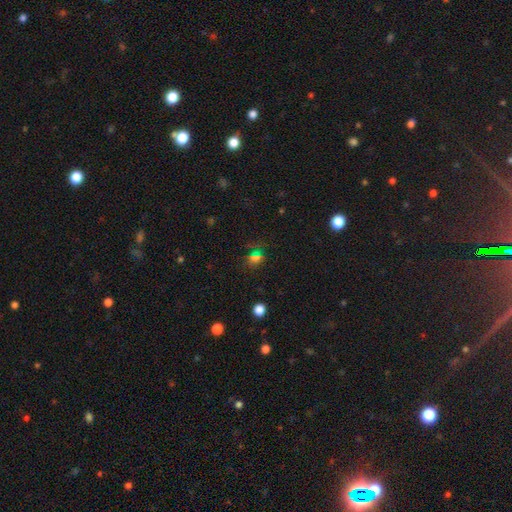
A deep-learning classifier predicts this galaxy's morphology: Smooth or featured?
  - smooth: 58% *
  - star or artifact: 34%
  - featured or disk: 8%
How rounded?
  - round: 64% *
  - in between: 33%
  - cigar-shaped: 2%
Merging?
  - none: 77% *
  - minor disturbance: 14%
  - major disturbance: 6%
  - merger: 4%